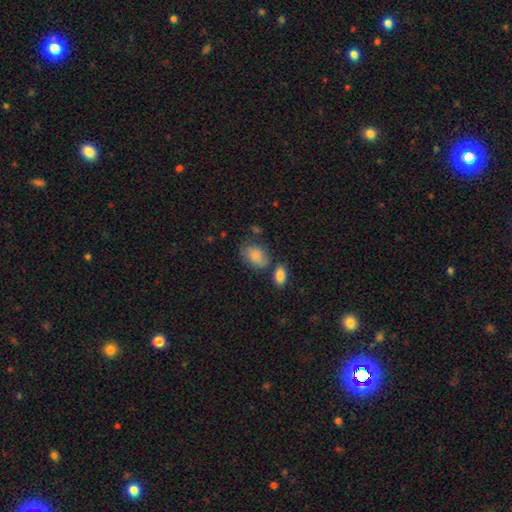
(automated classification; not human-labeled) This appears to be a smooth galaxy with no disk features (82%) that is in between round and cigar-shaped (79%). Merging: none (57%).